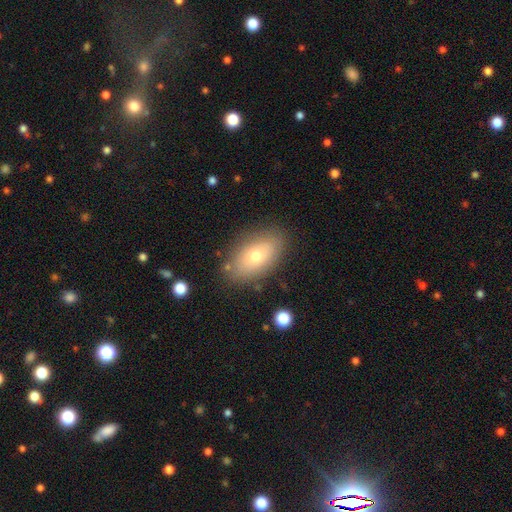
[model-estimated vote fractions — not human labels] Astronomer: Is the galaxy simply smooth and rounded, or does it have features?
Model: smooth — 69%.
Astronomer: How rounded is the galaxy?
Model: in between — 90%.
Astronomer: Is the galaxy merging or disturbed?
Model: none — 82%.